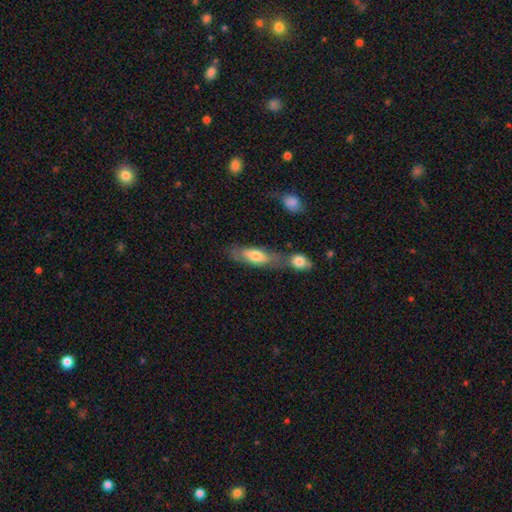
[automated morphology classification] smooth-or-featured: smooth: 66% | featured or disk: 28% | star or artifact: 6%
  how-rounded: in between: 64% | cigar-shaped: 33% | round: 3%
  merging: none: 40% | merger: 38% | minor disturbance: 15% | major disturbance: 6%